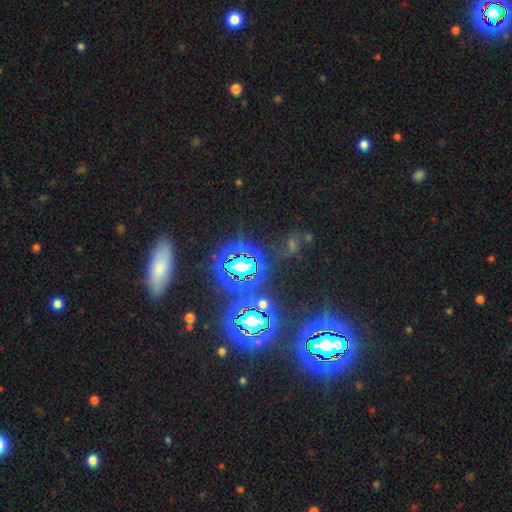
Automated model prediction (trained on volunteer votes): A star or artifact, not a galaxy (73%).

Vote fractions:
- Smooth or featured? star or artifact: 73% / smooth: 16% / featured or disk: 11%